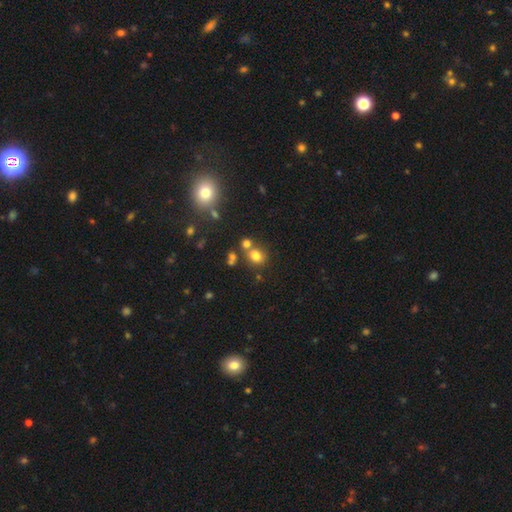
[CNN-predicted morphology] smooth-or-featured: smooth: 74% | star or artifact: 16% | featured or disk: 9%
  how-rounded: round: 69% | in between: 30% | cigar-shaped: 1%
  merging: none: 61% | merger: 24% | minor disturbance: 10% | major disturbance: 4%